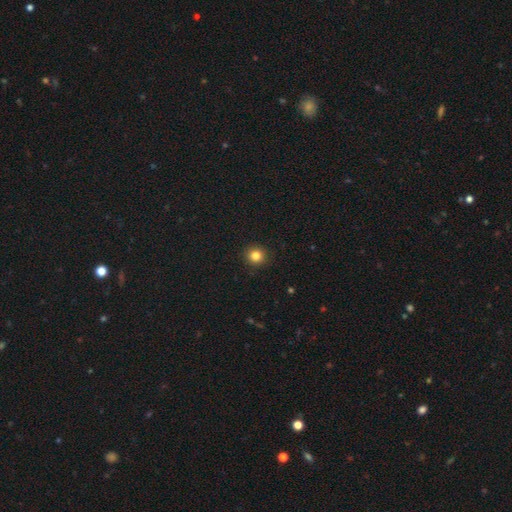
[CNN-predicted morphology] A smooth galaxy with no disk features (83%) that is round (91%). Merging: none (92%).